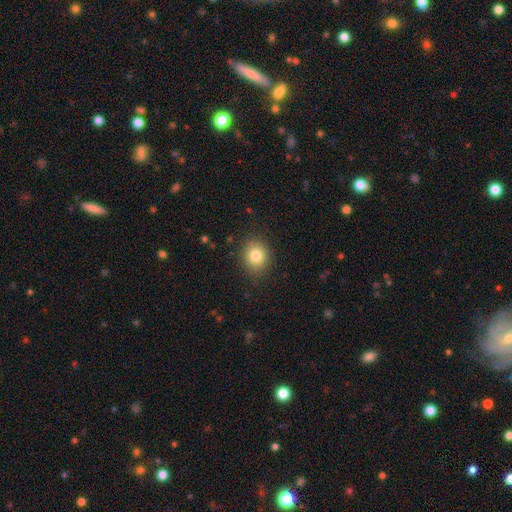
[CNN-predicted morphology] Smooth or featured: smooth — 81% (star or artifact — 11%)
How rounded: round — 72% (in between — 27%)
Merging: none — 87% (minor disturbance — 9%)